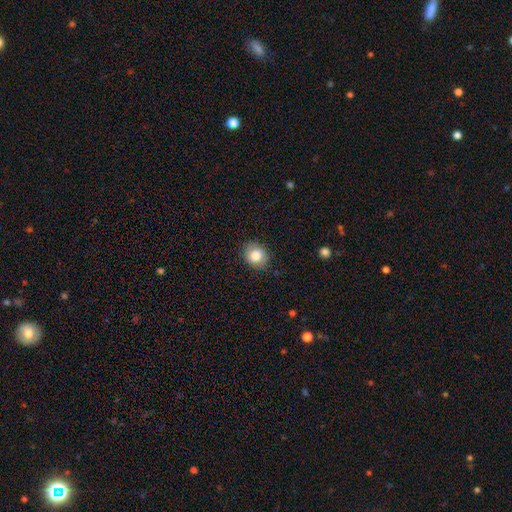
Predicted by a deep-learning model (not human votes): This is clearly a smooth galaxy (83%). How rounded: likely round (71%). Merging: clearly none (85%).